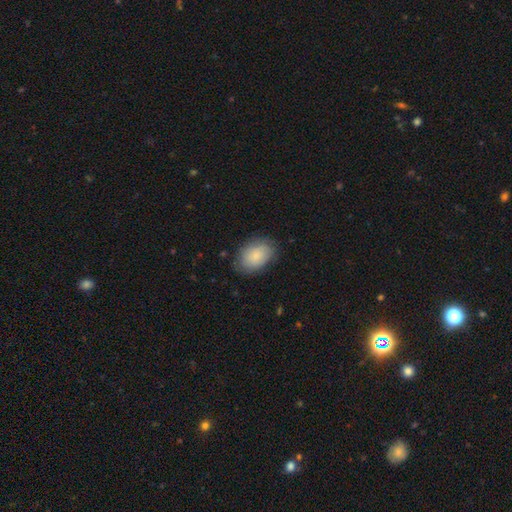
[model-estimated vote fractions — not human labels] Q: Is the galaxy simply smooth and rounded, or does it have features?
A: smooth — 78%.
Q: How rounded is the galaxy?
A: in between — 84%.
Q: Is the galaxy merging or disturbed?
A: none — 77%.